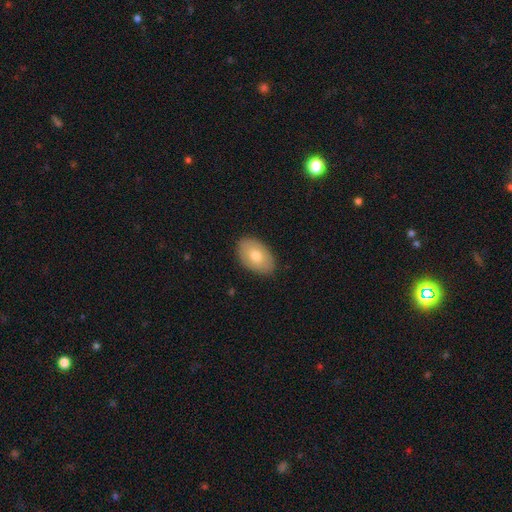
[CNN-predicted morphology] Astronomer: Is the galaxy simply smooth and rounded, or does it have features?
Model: smooth — 70%.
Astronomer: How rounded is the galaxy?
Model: in between — 90%.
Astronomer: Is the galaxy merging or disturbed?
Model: none — 86%.